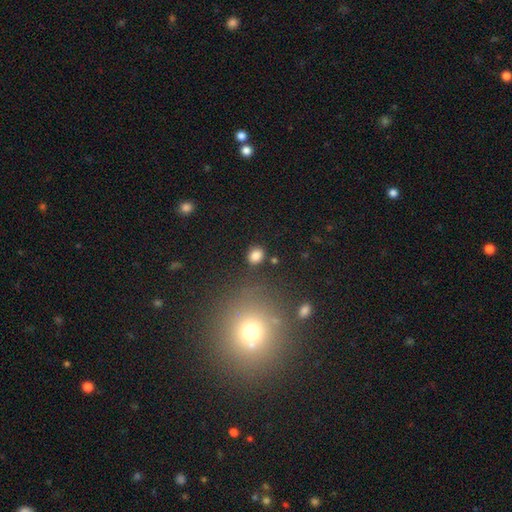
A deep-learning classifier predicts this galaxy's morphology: smooth_or_featured: smooth (p=0.83) [alt: star or artifact p=0.12]
how_rounded: round (p=0.61) [alt: in between p=0.37]
merging: none (p=0.84) [alt: minor disturbance p=0.09]